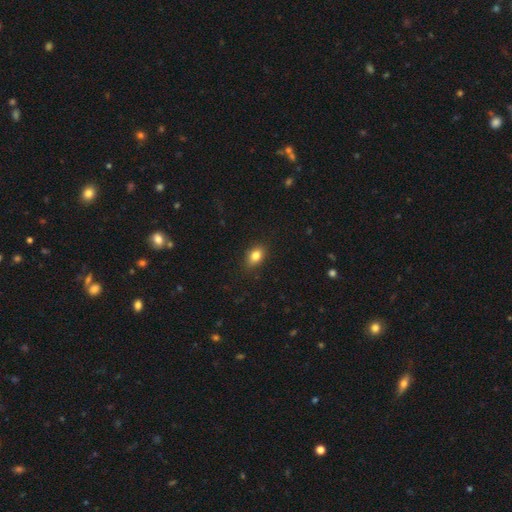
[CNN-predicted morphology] smooth_or_featured: smooth (p=0.83) [alt: star or artifact p=0.09]
how_rounded: in between (p=0.78) [alt: round p=0.20]
merging: none (p=0.86) [alt: minor disturbance p=0.10]